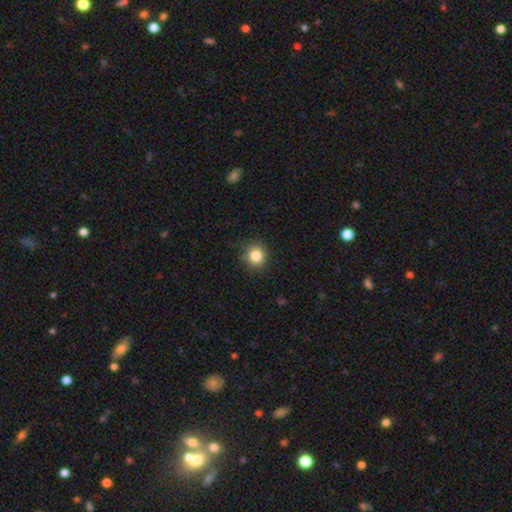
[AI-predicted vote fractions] smooth 84%, star or artifact 11%, featured or disk 5%. Down the decision tree: how rounded — round (90%); merging — none (86%).